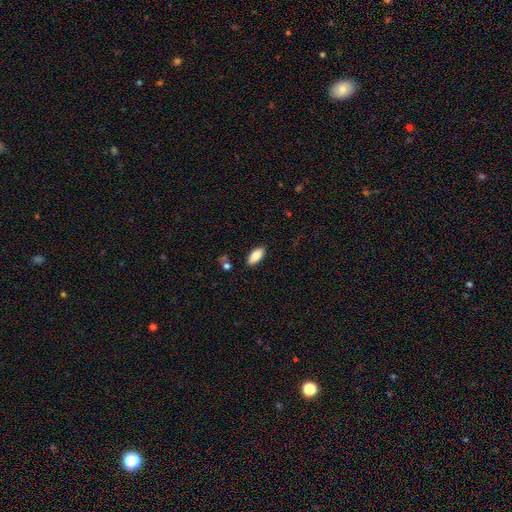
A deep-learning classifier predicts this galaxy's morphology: This appears to be a smooth galaxy with no disk features (87%) that is in between round and cigar-shaped (90%). Merging: none (86%).